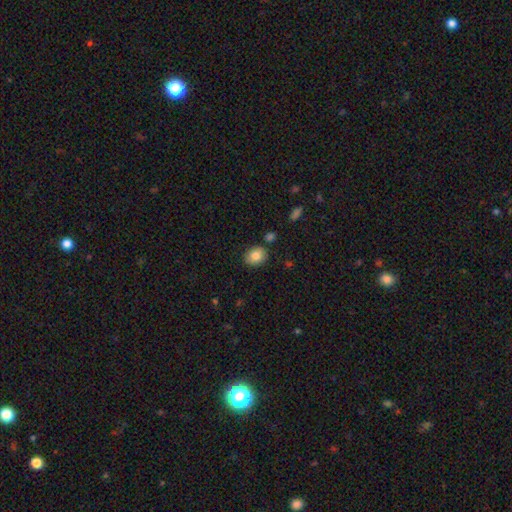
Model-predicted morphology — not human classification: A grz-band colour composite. It shows a smooth galaxy with no disk features (83%) that is in between round and cigar-shaped (52%). Merging: none (83%).